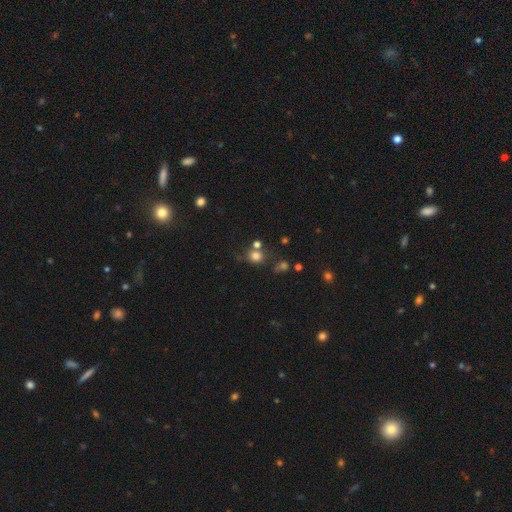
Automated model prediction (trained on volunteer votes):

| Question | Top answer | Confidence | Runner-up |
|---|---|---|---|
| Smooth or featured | smooth | 75% | star or artifact (17%) |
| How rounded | round | 80% | in between (19%) |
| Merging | none | 60% | merger (18%) |